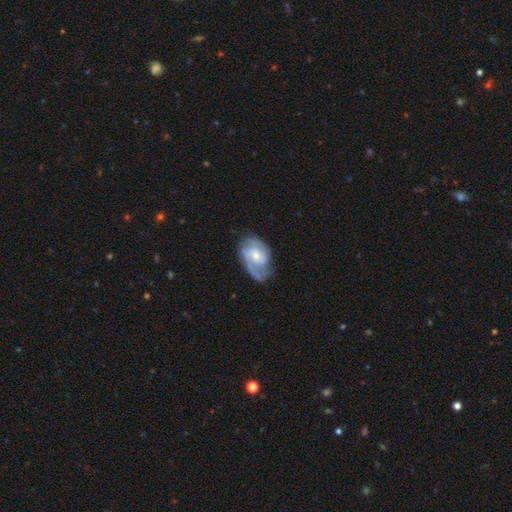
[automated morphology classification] smooth_or_featured: featured or disk (p=0.78) [alt: smooth p=0.17]
disk_edge_on: no (p=0.97) [alt: yes p=0.03]
bar: no (p=0.58) [alt: weak p=0.37]
has_spiral_arms: yes (p=0.92) [alt: no p=0.08]
spiral_winding: medium (p=0.46) [alt: tight p=0.39]
spiral_arm_count: 2 (p=0.53) [alt: can't tell p=0.21]
bulge_size: small (p=0.47) [alt: moderate p=0.43]
merging: none (p=0.62) [alt: minor disturbance p=0.25]